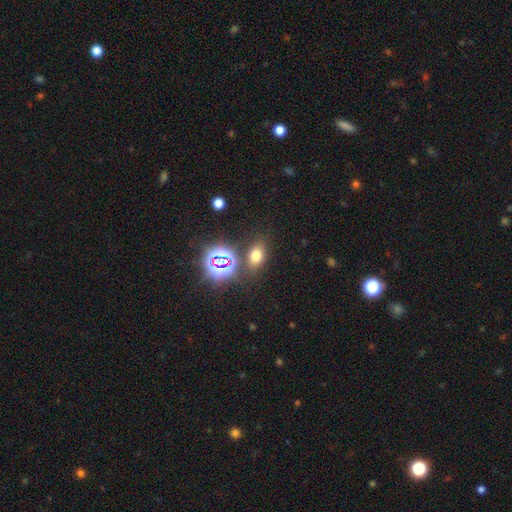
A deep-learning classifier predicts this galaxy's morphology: smooth_or_featured: smooth (p=0.61) [alt: star or artifact p=0.29]
how_rounded: in between (p=0.75) [alt: round p=0.22]
merging: none (p=0.79) [alt: minor disturbance p=0.10]